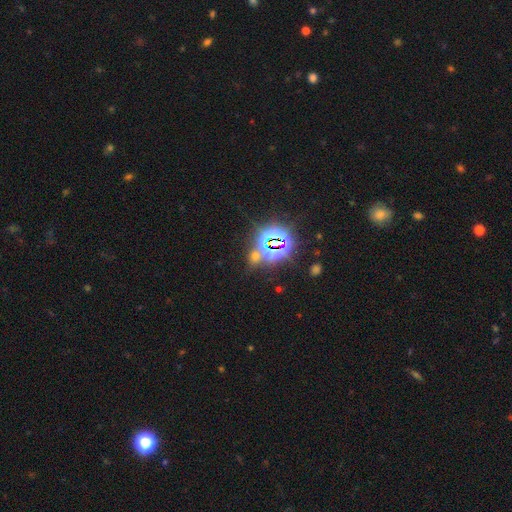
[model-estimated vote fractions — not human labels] Overall: star or artifact (64%; smooth 28%).